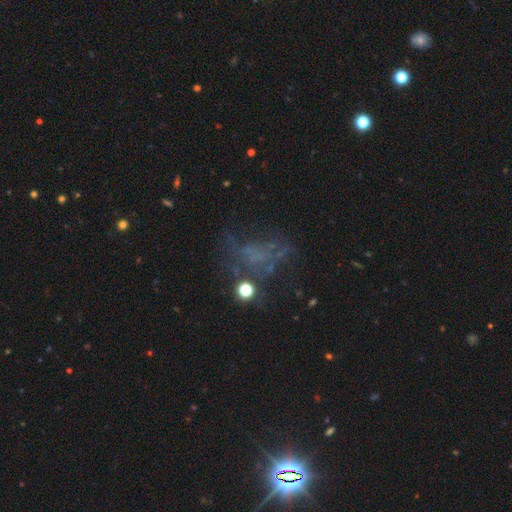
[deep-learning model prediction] A featured or disk galaxy (38%). Merging: major disturbance (38%, tied with none).